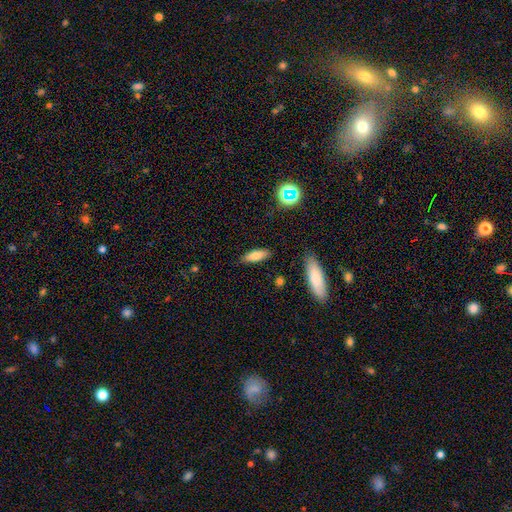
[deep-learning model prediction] Q: Smooth or featured?
A: smooth (78%); runner-up: featured or disk (13%)
Q: How rounded?
A: in between (62%); runner-up: cigar-shaped (36%)
Q: Merging?
A: none (85%); runner-up: minor disturbance (11%)